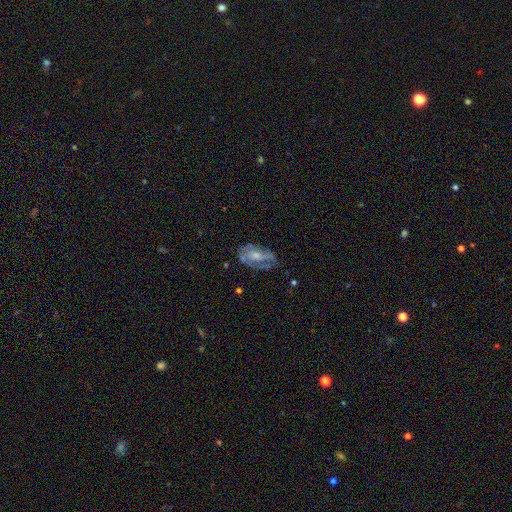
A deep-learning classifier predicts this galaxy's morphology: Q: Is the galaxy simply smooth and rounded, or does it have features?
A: featured or disk — 61%.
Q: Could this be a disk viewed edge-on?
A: no — 94%.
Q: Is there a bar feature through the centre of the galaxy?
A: no — 66%.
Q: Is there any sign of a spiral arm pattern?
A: yes — 61%.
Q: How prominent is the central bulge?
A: moderate — 43%.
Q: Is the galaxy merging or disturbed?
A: none — 49%.